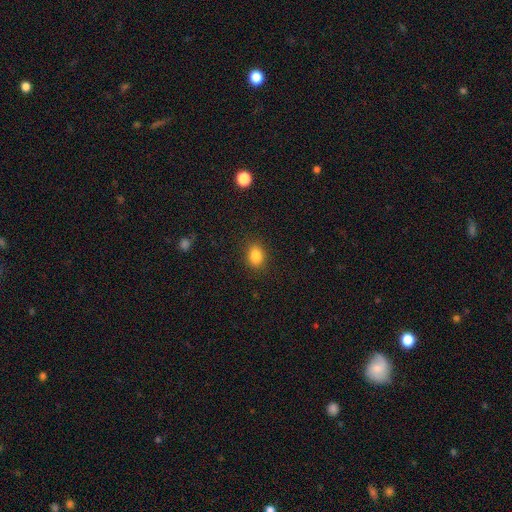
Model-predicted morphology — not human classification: Overall: smooth (84%). How rounded: in between (65%; round 33%). Merging: none (88%).